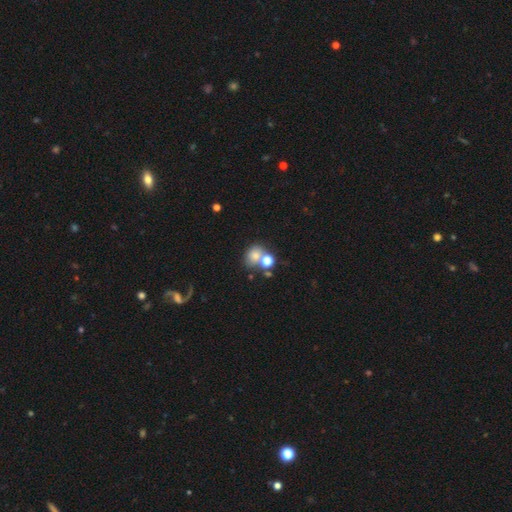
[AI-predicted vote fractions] A smooth galaxy with no disk features (72%) that is round (61%). Merging: none (48%).